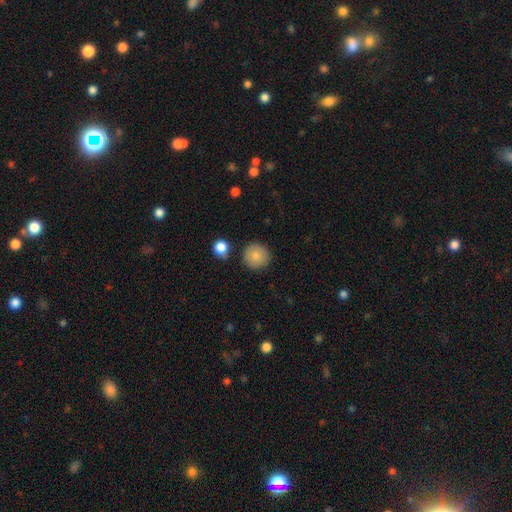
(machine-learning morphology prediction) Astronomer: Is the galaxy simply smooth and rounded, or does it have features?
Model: smooth — 84%.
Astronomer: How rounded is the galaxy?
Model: round — 94%.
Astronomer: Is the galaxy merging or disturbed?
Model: none — 85%.